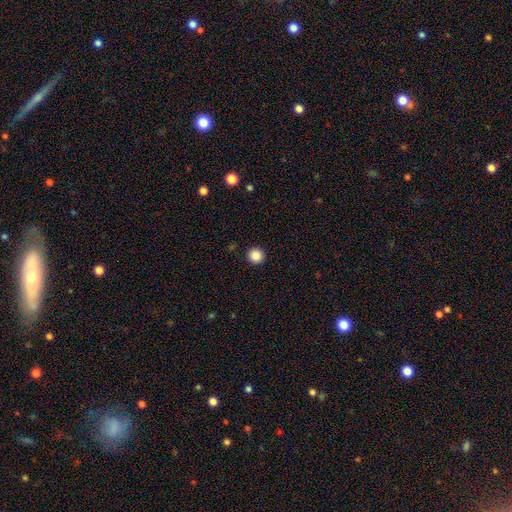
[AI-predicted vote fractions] This is clearly a smooth galaxy (86%). How rounded: clearly round (96%). Merging: clearly none (94%).